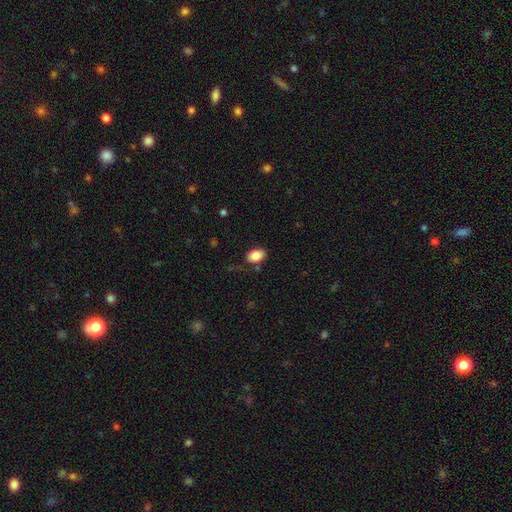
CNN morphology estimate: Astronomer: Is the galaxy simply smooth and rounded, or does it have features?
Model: smooth — 86%.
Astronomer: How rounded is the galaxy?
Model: in between — 85%.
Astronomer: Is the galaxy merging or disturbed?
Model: none — 74%.